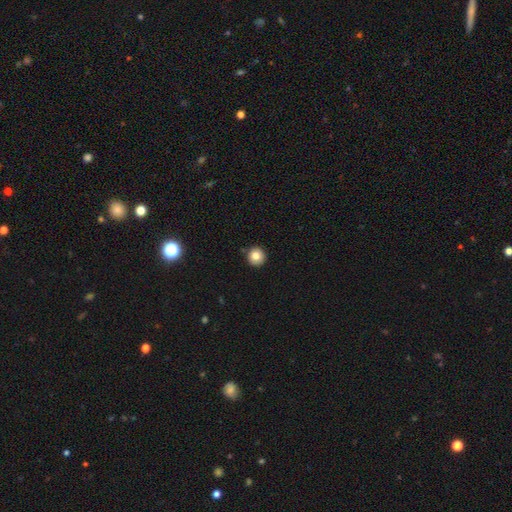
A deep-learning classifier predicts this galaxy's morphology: Smooth or featured?
  - smooth: 82% *
  - star or artifact: 10%
  - featured or disk: 8%
How rounded?
  - round: 94% *
  - in between: 5%
  - cigar-shaped: 1%
Merging?
  - none: 90% *
  - minor disturbance: 6%
  - merger: 3%
  - major disturbance: 2%